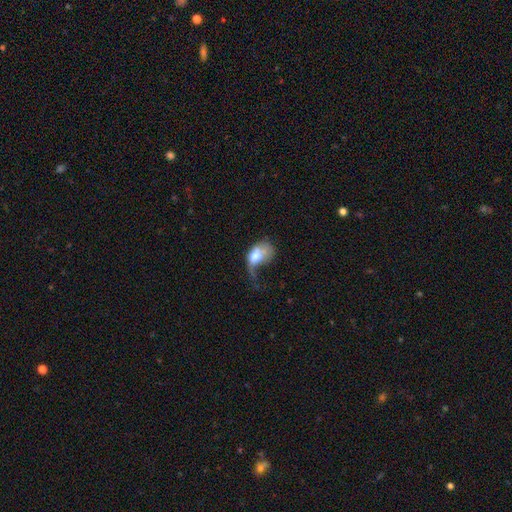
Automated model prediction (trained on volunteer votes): The model was most divided on "smooth or featured": smooth: 62%, featured or disk: 30%, star or artifact: 8%. More confident: how rounded — in between (79%); merging — major disturbance (60%).